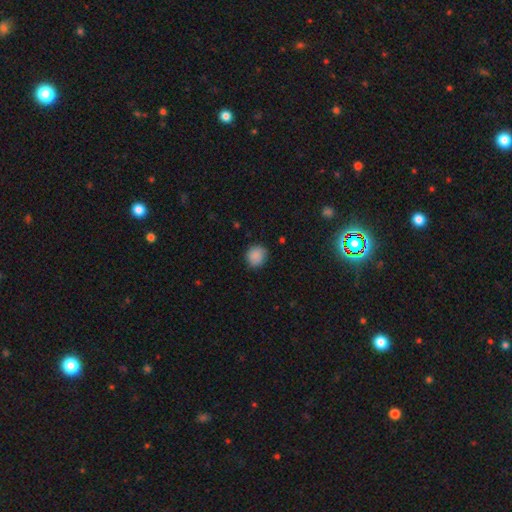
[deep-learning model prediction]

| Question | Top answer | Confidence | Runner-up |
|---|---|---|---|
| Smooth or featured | smooth | 88% | star or artifact (8%) |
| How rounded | round | 85% | in between (14%) |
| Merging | none | 83% | minor disturbance (13%) |